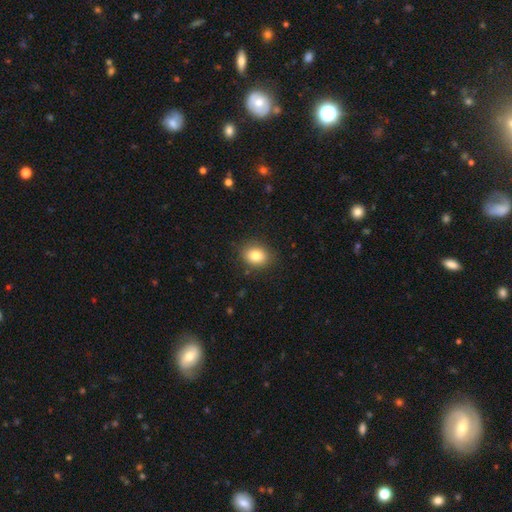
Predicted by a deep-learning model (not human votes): smooth 83%, star or artifact 10%, featured or disk 7%. Down the decision tree: how rounded — in between (52%); merging — none (87%).